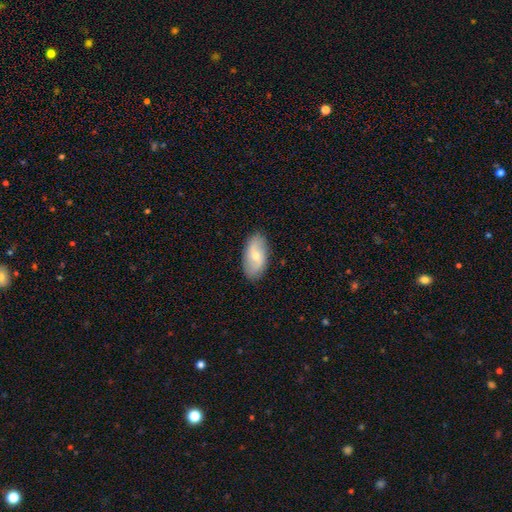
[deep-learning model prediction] Smooth or featured?
  - smooth: 49% *
  - featured or disk: 45%
  - star or artifact: 6%
Merging?
  - none: 86% *
  - minor disturbance: 10%
  - major disturbance: 2%
  - merger: 1%